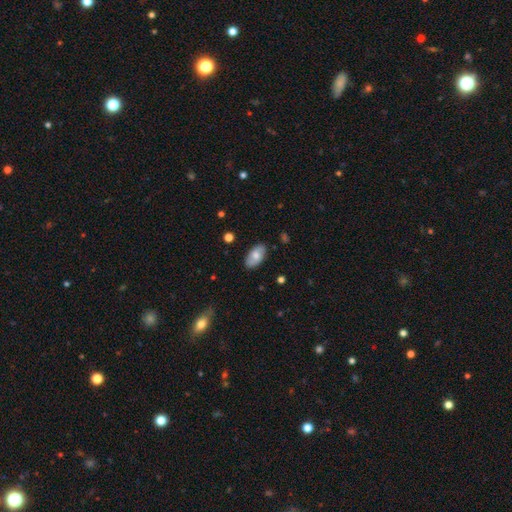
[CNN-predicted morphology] A smooth galaxy with no disk features (71%) that is in between round and cigar-shaped (94%). Merging: none (85%).